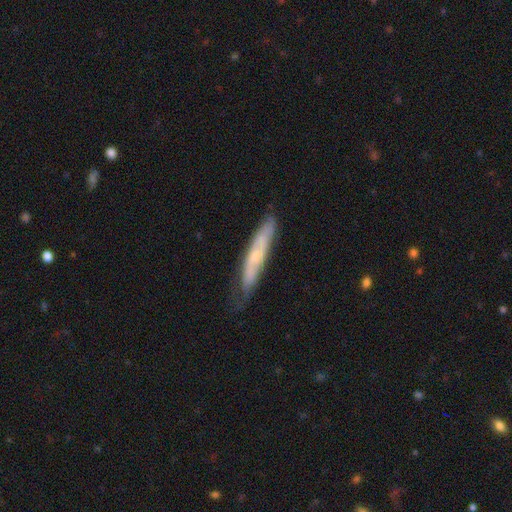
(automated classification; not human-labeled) Smooth or featured?
  - featured or disk: 51% *
  - smooth: 42%
  - star or artifact: 7%
Edge-on disk?
  - yes: 62% *
  - no: 38%
Merging?
  - none: 66% *
  - minor disturbance: 26%
  - major disturbance: 6%
  - merger: 2%